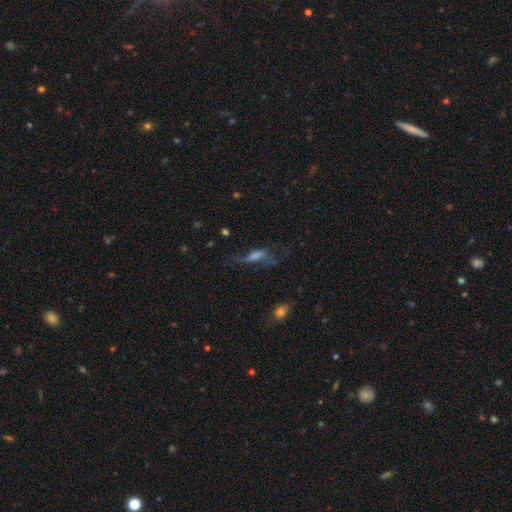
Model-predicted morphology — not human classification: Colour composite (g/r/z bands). It shows a featured or disk galaxy (44%). Merging: none (38%).